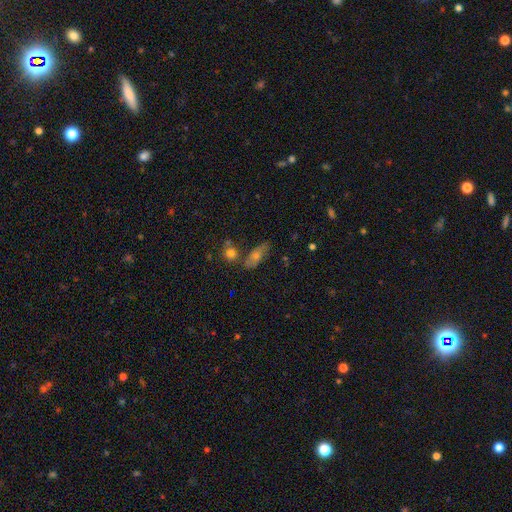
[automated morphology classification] A smooth galaxy with no disk features (47%).

Vote fractions:
- Smooth or featured? smooth: 47% / featured or disk: 38% / star or artifact: 16%
- Merging? none: 65% / minor disturbance: 17% / merger: 11% / major disturbance: 6%